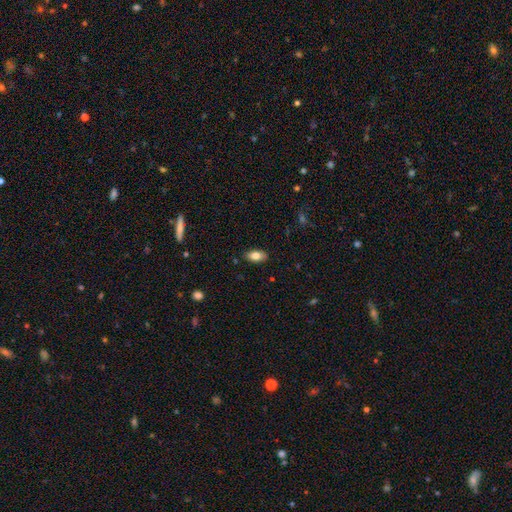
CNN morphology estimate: smooth-or-featured: smooth: 82% | featured or disk: 11% | star or artifact: 7%
  how-rounded: in between: 91% | cigar-shaped: 6% | round: 3%
  merging: none: 87% | minor disturbance: 10% | major disturbance: 2% | merger: 1%